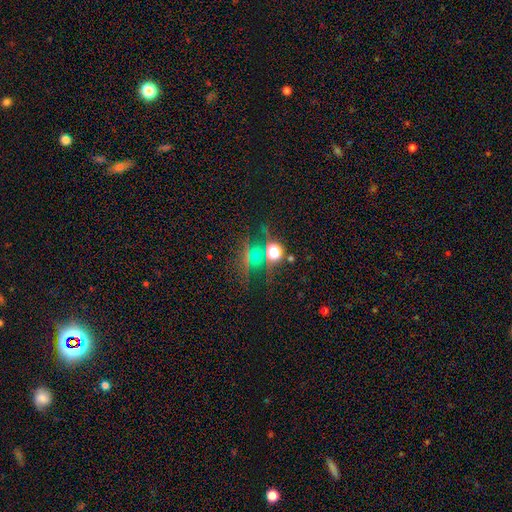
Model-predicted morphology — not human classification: smooth-or-featured: star or artifact: 52% | smooth: 34% | featured or disk: 14%